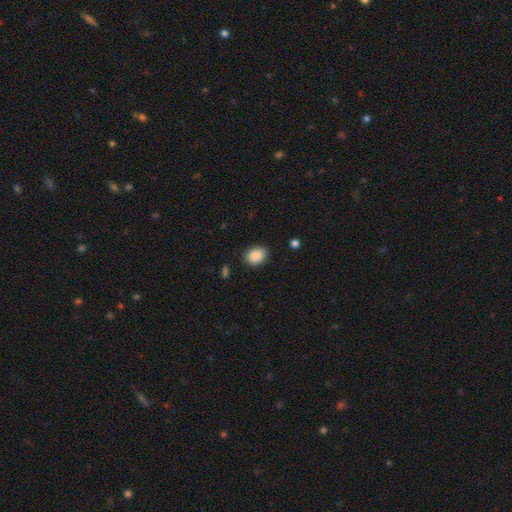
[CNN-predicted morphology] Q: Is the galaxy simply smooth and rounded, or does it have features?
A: smooth — 88%.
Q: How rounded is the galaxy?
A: in between — 64%.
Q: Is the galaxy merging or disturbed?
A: none — 85%.